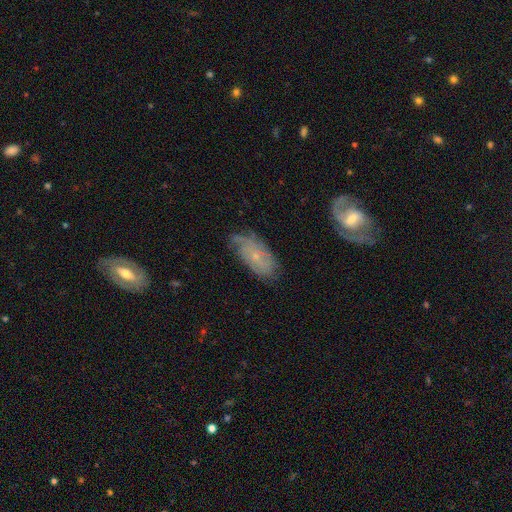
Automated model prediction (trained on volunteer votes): Smooth or featured?
  - featured or disk: 60% *
  - smooth: 31%
  - star or artifact: 9%
Edge-on disk?
  - no: 92% *
  - yes: 8%
Bar?
  - no: 77% *
  - weak: 20%
  - strong: 4%
Spiral arms?
  - yes: 83% *
  - no: 17%
Bulge size?
  - small: 77% *
  - moderate: 17%
  - none: 4%
  - large: 1%
  - dominant: 1%
Merging?
  - none: 56% *
  - minor disturbance: 29%
  - major disturbance: 12%
  - merger: 3%